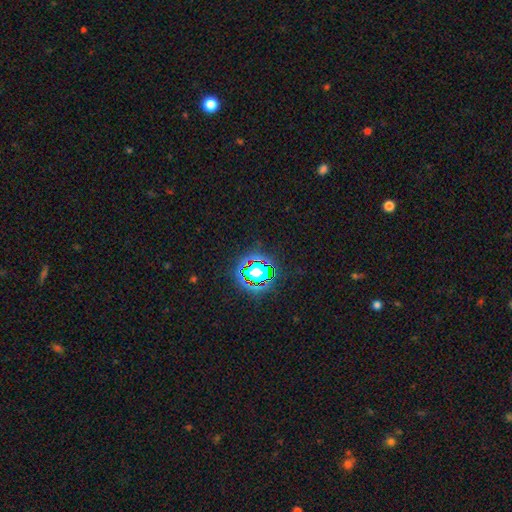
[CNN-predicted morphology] Q: Smooth or featured?
A: star or artifact (82%); runner-up: smooth (12%)